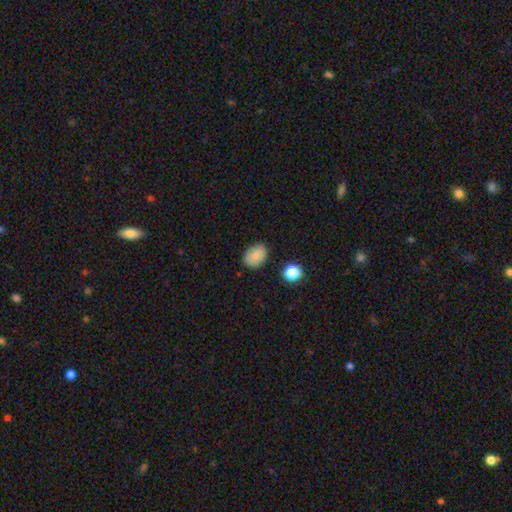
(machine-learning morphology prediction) Q: Smooth or featured?
A: smooth (84%); runner-up: star or artifact (10%)
Q: How rounded?
A: in between (73%); runner-up: round (26%)
Q: Merging?
A: none (80%); runner-up: minor disturbance (14%)